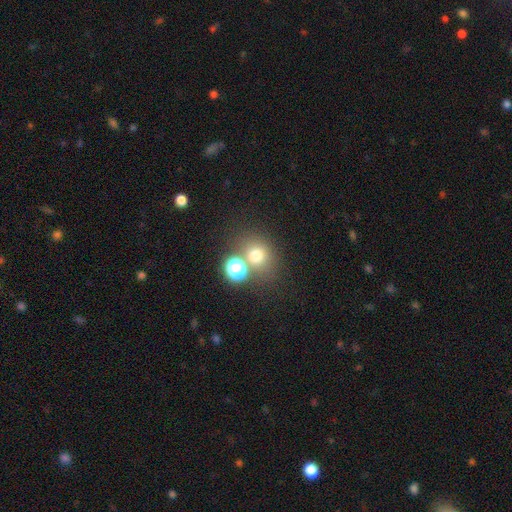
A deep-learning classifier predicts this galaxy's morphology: A smooth galaxy with no disk features (69%) that is round (77%).

Vote fractions:
- Smooth or featured? smooth: 69% / star or artifact: 21% / featured or disk: 10%
- How rounded? round: 77% / in between: 22% / cigar-shaped: 1%
- Merging? none: 63% / merger: 22% / minor disturbance: 10% / major disturbance: 5%